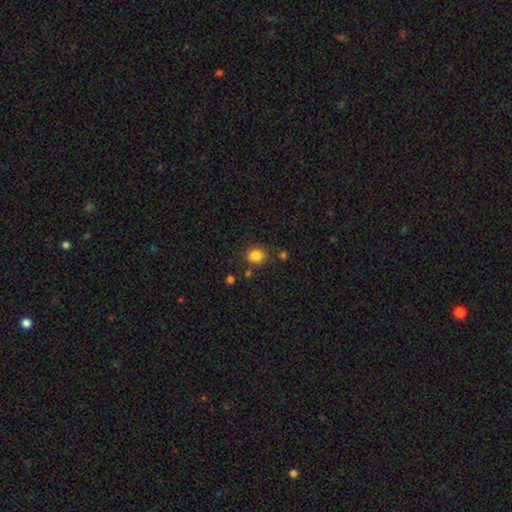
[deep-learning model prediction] Smooth or featured?
  - smooth: 84% *
  - star or artifact: 12%
  - featured or disk: 5%
How rounded?
  - round: 57% *
  - in between: 42%
  - cigar-shaped: 1%
Merging?
  - none: 75% *
  - minor disturbance: 14%
  - merger: 7%
  - major disturbance: 4%